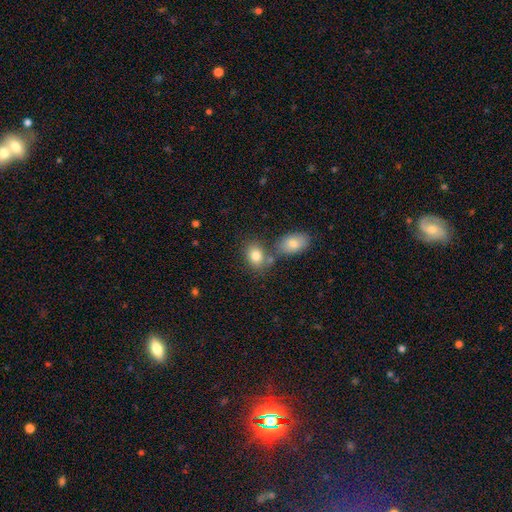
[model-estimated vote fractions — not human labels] Overall: smooth (80%). How rounded: in between (70%). Merging: none (55%; merger 30%).